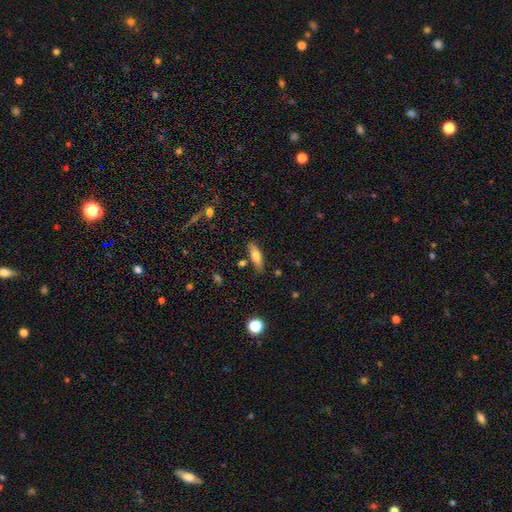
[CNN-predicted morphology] smooth 72%, featured or disk 21%, star or artifact 7%. Down the decision tree: how rounded — in between (54%); merging — none (77%).